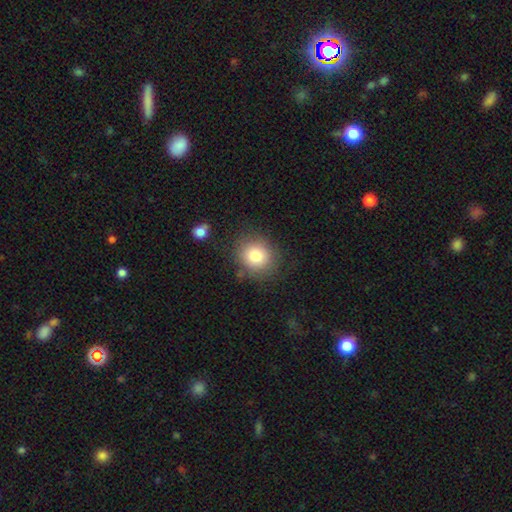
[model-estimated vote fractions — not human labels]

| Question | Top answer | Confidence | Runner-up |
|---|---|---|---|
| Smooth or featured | smooth | 80% | star or artifact (10%) |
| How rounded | round | 77% | in between (22%) |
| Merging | none | 81% | minor disturbance (12%) |